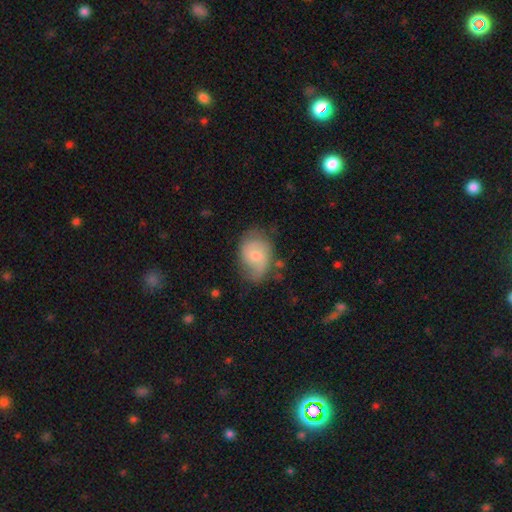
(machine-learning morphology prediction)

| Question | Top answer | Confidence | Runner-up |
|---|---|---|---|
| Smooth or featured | featured or disk | 48% | smooth (45%) |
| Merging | none | 58% | minor disturbance (28%) |